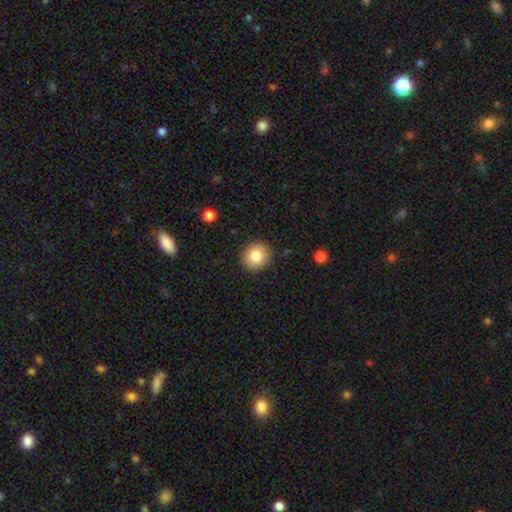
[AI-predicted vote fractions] Morphology: type=smooth (83%); roundness=round (82%); merging=none (90%).